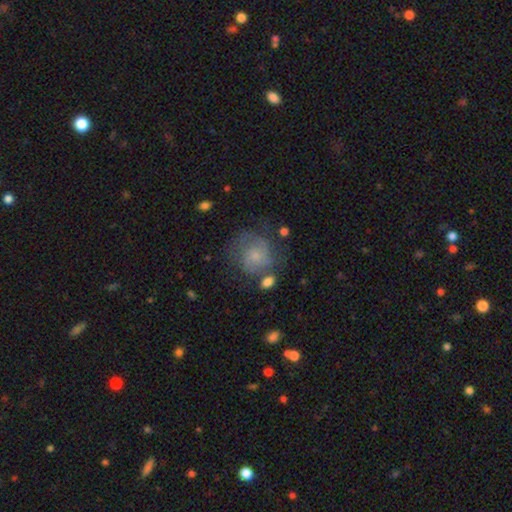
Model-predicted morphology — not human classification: Smooth or featured?
  - featured or disk: 56% *
  - smooth: 35%
  - star or artifact: 9%
Edge-on disk?
  - no: 98% *
  - yes: 2%
Bar?
  - no: 73% *
  - weak: 24%
  - strong: 3%
Spiral arms?
  - yes: 84% *
  - no: 16%
Bulge size?
  - small: 57% *
  - moderate: 24%
  - none: 15%
  - large: 3%
  - dominant: 1%
Merging?
  - none: 56% *
  - minor disturbance: 22%
  - major disturbance: 16%
  - merger: 7%